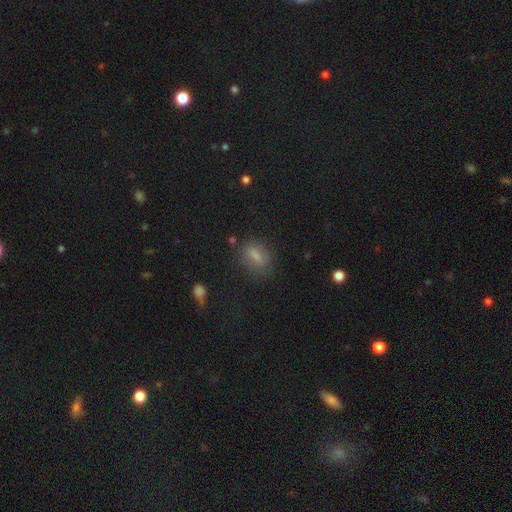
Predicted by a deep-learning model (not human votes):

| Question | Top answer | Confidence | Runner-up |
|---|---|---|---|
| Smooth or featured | smooth | 73% | featured or disk (15%) |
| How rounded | in between | 74% | round (15%) |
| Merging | none | 70% | minor disturbance (19%) |